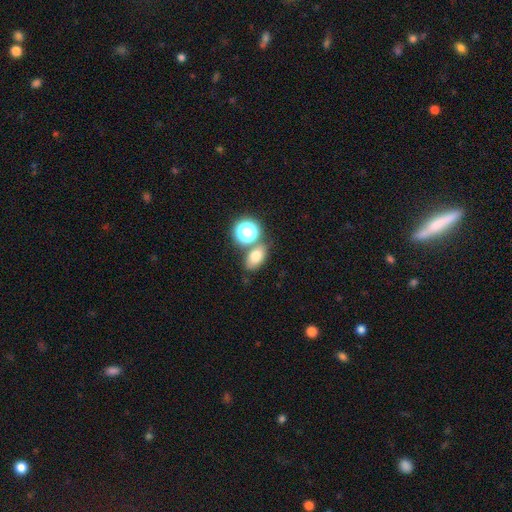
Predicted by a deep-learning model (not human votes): Smooth or featured? smooth (73%)
How rounded? in between (75%)
Merging? none (64%)